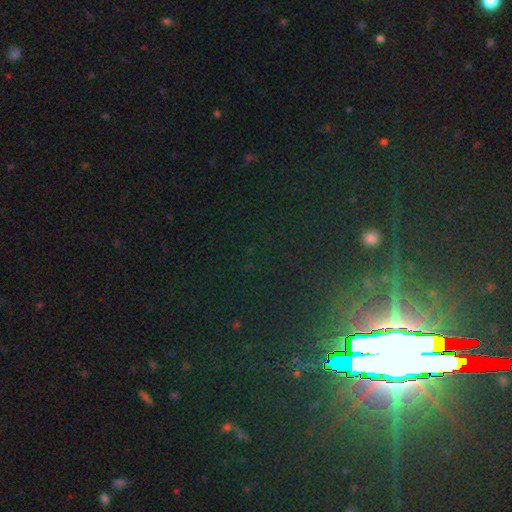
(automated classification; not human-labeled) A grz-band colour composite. It shows a star or artifact, not a galaxy (77%).